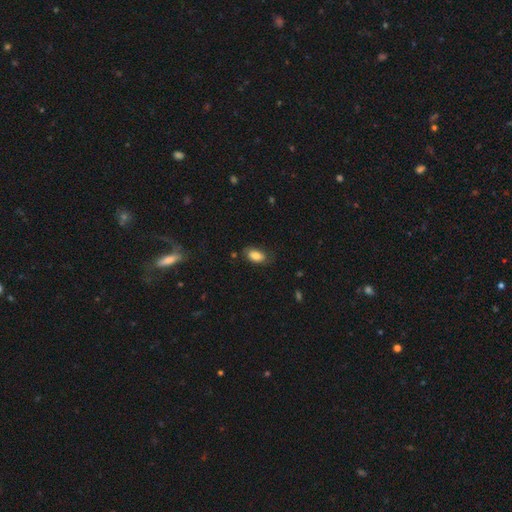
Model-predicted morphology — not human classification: The model was most divided on "merging": none: 72%, minor disturbance: 21%, major disturbance: 5%, merger: 2%. More confident: how rounded — in between (92%); smooth or featured — smooth (82%).